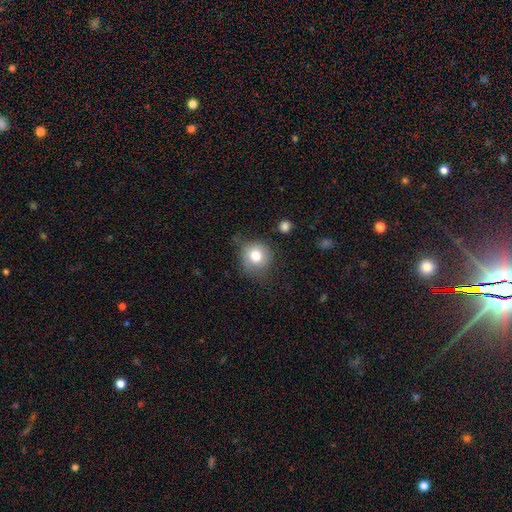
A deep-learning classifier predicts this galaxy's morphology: A smooth galaxy with no disk features (77%) that is round (89%). Merging: none (67%).